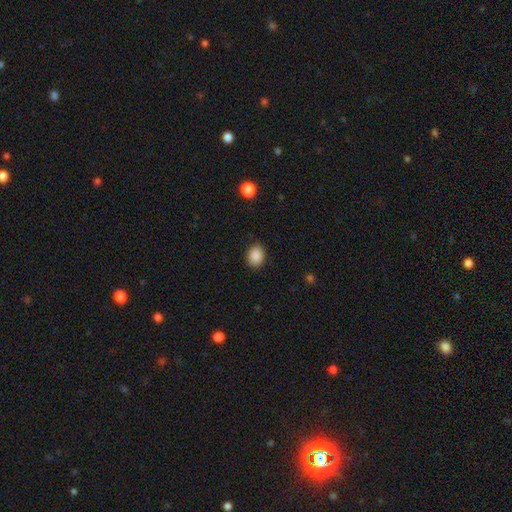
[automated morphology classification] Smooth or featured: smooth — 88% (star or artifact — 9%)
How rounded: in between — 57% (round — 42%)
Merging: none — 85% (minor disturbance — 11%)